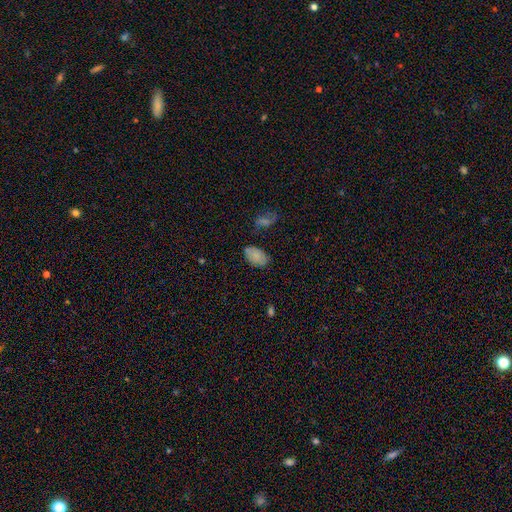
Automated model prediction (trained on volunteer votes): A smooth galaxy with no disk features (81%) that is in between round and cigar-shaped (93%). Merging: none (71%).